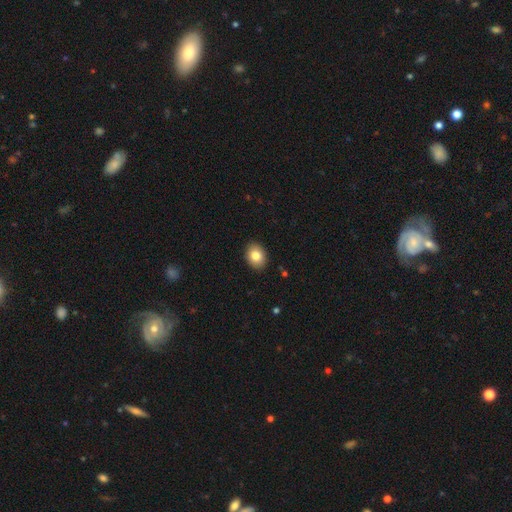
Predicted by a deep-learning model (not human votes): Smooth or featured? smooth (83%)
How rounded? in between (62%)
Merging? none (90%)